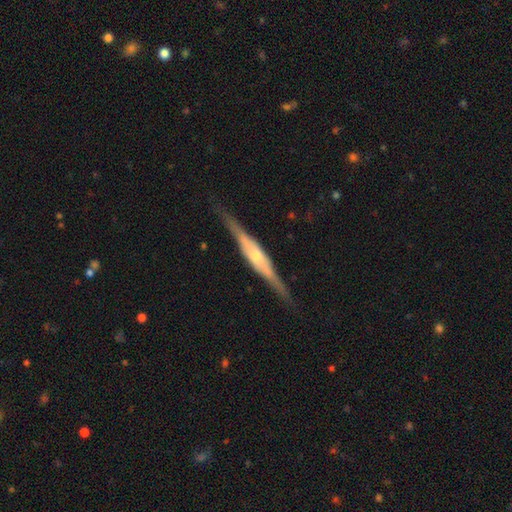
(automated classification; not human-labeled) This appears to be a featured or disk galaxy (78%) viewed edge-on (96%) with a rounded central bulge (66%). Merging: none (84%).